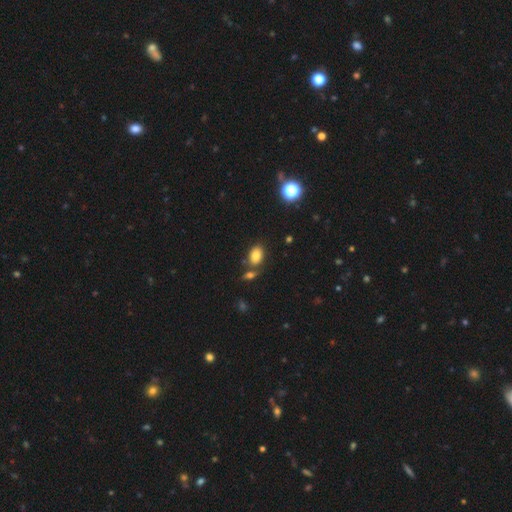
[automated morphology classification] Smooth or featured? smooth (81%)
How rounded? in between (80%)
Merging? none (66%)